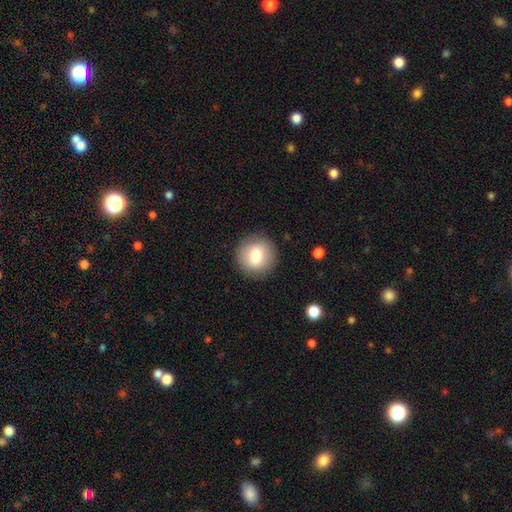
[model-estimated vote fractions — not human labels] Smooth or featured? Predicted: smooth (p=0.75). How rounded? Predicted: round (p=0.92). Merging? Predicted: none (p=0.90).